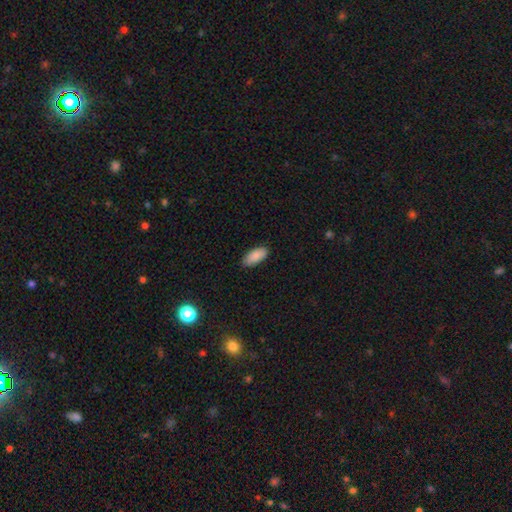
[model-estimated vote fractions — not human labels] Morphology: type=smooth (88%); roundness=in between (91%); merging=none (85%).